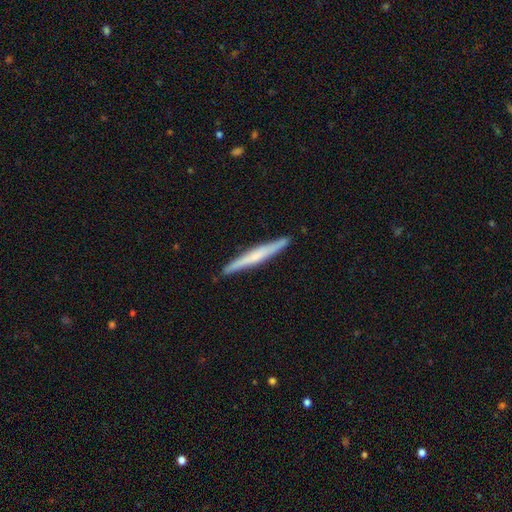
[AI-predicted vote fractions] smooth_or_featured: featured or disk (p=0.50) [alt: smooth p=0.44]
disk_edge_on: yes (p=0.96) [alt: no p=0.04]
merging: none (p=0.89) [alt: minor disturbance p=0.08]